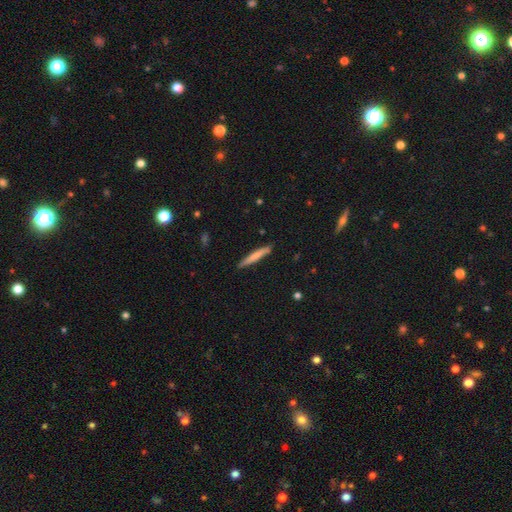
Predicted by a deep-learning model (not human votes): Smooth or featured: smooth — 68% (featured or disk — 27%)
How rounded: cigar-shaped — 95% (in between — 4%)
Merging: none — 88% (minor disturbance — 9%)